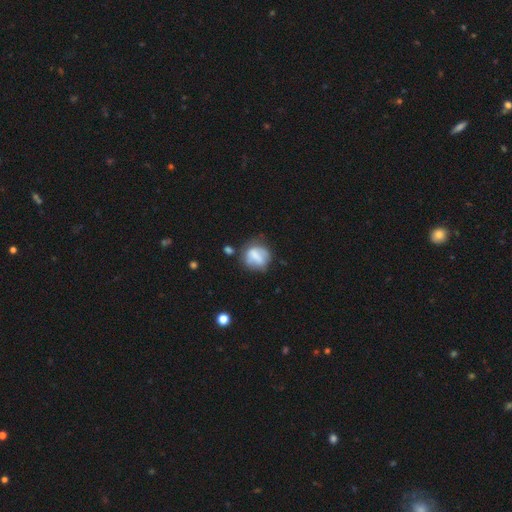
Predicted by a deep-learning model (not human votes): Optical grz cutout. It shows a smooth galaxy with no disk features (58%) that is round (58%). Merging: none (54%).